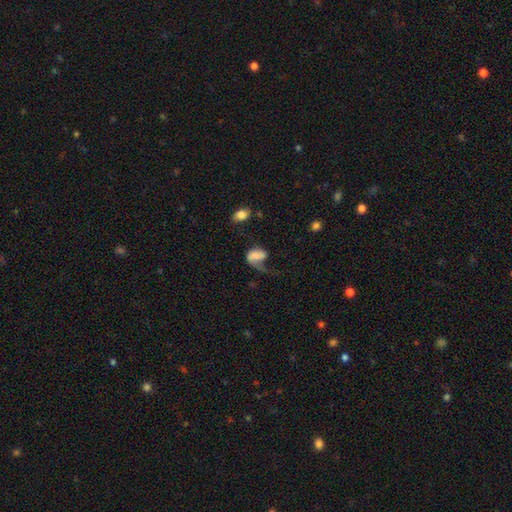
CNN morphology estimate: Smooth or featured? featured or disk (47%)
Merging? major disturbance (52%)